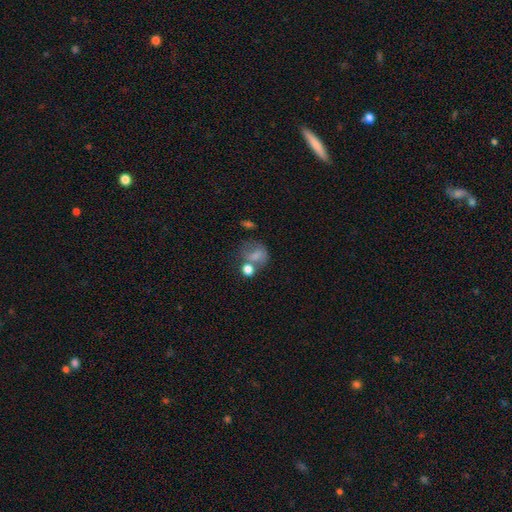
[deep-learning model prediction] Smooth or featured: smooth — 71% (featured or disk — 16%)
How rounded: round — 57% (in between — 42%)
Merging: none — 34% (merger — 31%)